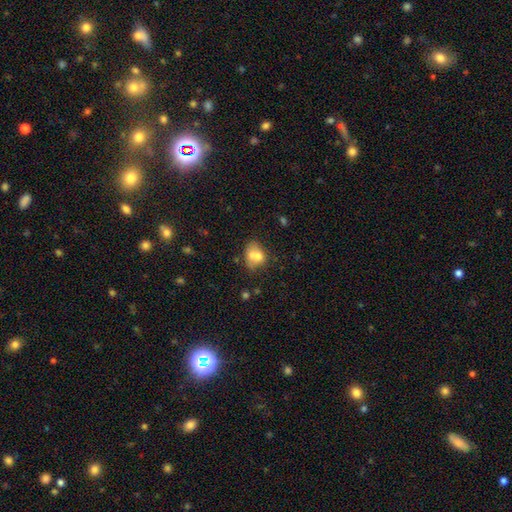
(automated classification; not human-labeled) smooth-or-featured: smooth: 67% | featured or disk: 23% | star or artifact: 11%
  how-rounded: in between: 53% | round: 45% | cigar-shaped: 1%
  merging: merger: 50% | none: 30% | minor disturbance: 13% | major disturbance: 6%